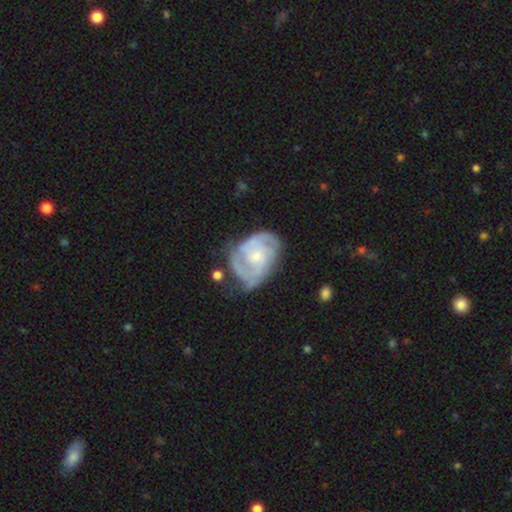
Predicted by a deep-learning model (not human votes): This is likely a featured or disk galaxy (78%). It is clearly not viewed edge-on (98%). Bar: likely no (69%). Spiral arm pattern: clearly yes (86%). Spiral arm count: marginally 2 (38%). Spiral winding: possibly tight (52%). Central bulge: possibly small (55%). Merging: possibly none (52%).